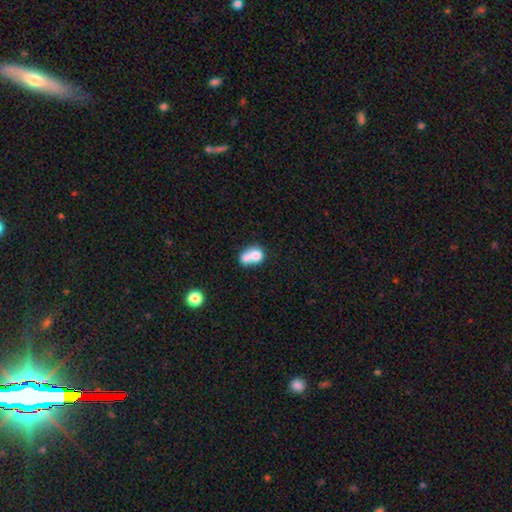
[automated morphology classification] Smooth or featured?
  - smooth: 69% *
  - featured or disk: 21%
  - star or artifact: 9%
How rounded?
  - round: 54% *
  - in between: 45%
  - cigar-shaped: 1%
Merging?
  - merger: 67% *
  - none: 21%
  - minor disturbance: 8%
  - major disturbance: 5%